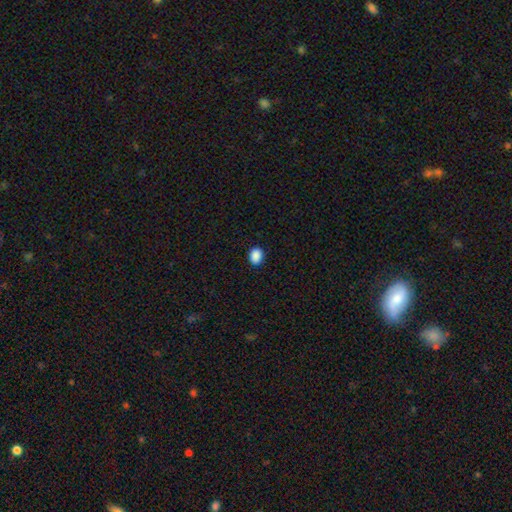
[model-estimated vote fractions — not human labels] smooth_or_featured: smooth (p=0.89) [alt: star or artifact p=0.09]
how_rounded: in between (p=0.57) [alt: round p=0.42]
merging: none (p=0.90) [alt: minor disturbance p=0.08]